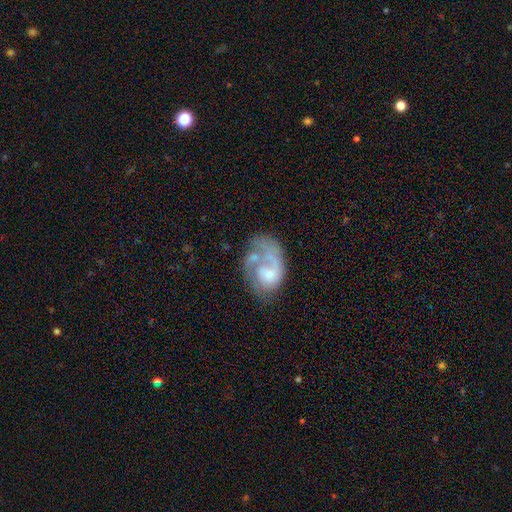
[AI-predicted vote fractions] A featured or disk galaxy (67%) with no bar (75%), spiral arms (74%) and a moderate central bulge (37%).

Vote fractions:
- Smooth or featured? featured or disk: 67% / smooth: 26% / star or artifact: 7%
- Edge-on disk? no: 98% / yes: 2%
- Bar? no: 75% / weak: 22% / strong: 3%
- Spiral arms? yes: 74% / no: 26%
- Bulge size? moderate: 37% / small: 33% / none: 19% / large: 9% / dominant: 2%
- Merging? none: 35% / major disturbance: 33% / minor disturbance: 18% / merger: 14%